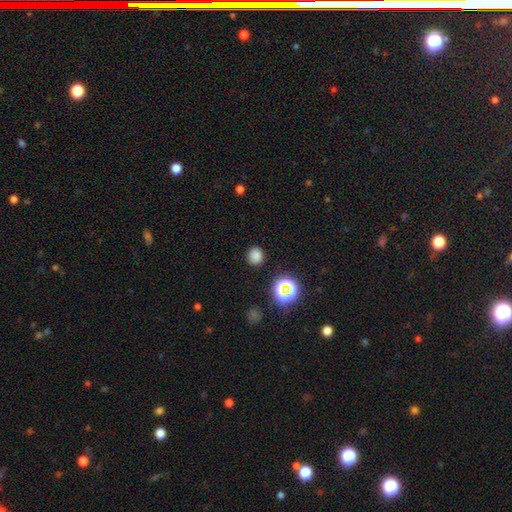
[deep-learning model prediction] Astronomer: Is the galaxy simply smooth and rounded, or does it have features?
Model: smooth — 78%.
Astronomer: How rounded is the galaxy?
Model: round — 80%.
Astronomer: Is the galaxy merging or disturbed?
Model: none — 88%.